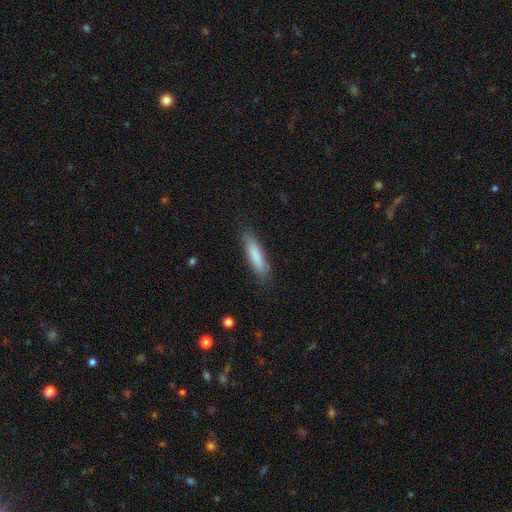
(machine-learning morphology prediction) This is clearly a smooth galaxy (82%). How rounded: likely cigar-shaped (77%). Merging: clearly none (85%).